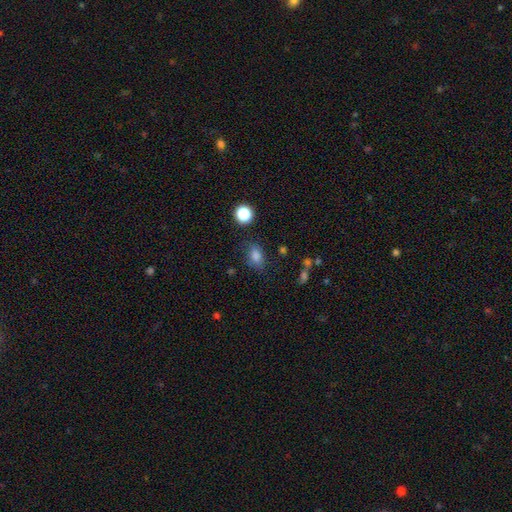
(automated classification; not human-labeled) Morphology: type=smooth (81%); roundness=in between (74%); merging=none (72%).